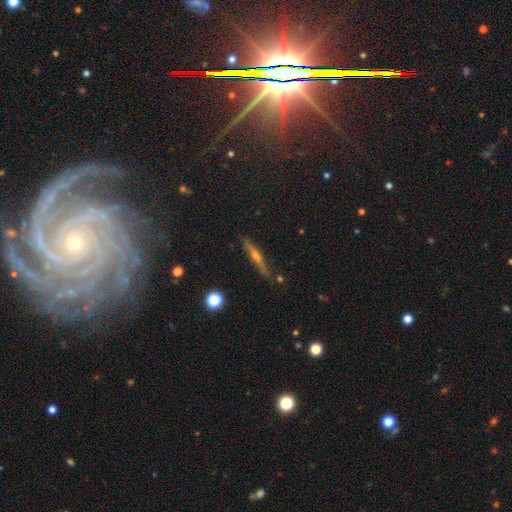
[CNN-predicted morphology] type=featured or disk (68%); edge-on=yes (96%); edge-on bulge=rounded (86%); merging=none (85%).